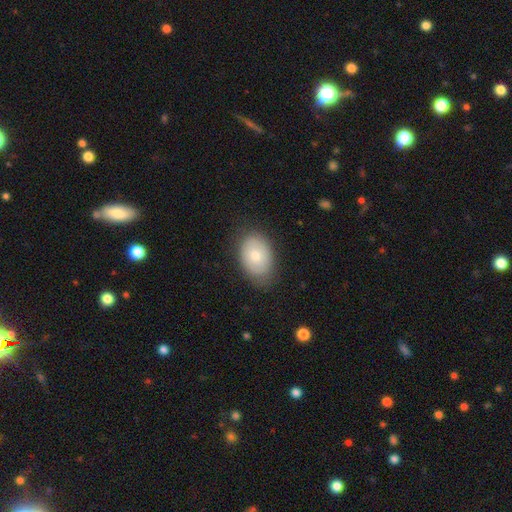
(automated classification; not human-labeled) The model was most divided on "smooth or featured": smooth: 71%, featured or disk: 22%, star or artifact: 7%. More confident: how rounded — in between (84%); merging — none (76%).